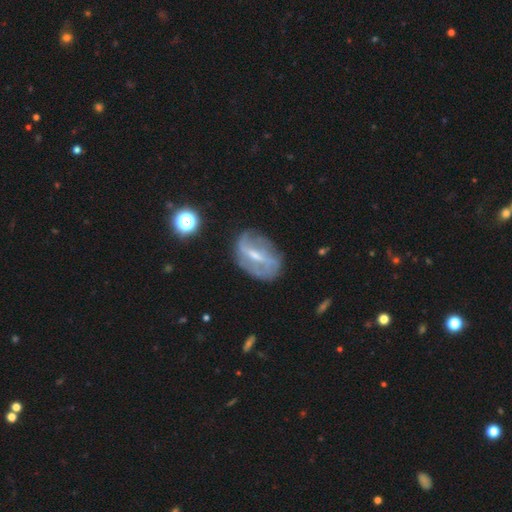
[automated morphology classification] The model was most divided on "bar": strong: 49%, weak: 38%, no: 13%. More confident: edge-on disk — no (92%); smooth or featured — featured or disk (72%); spiral arms — yes (65%); merging — none (62%); bulge size — small (51%).